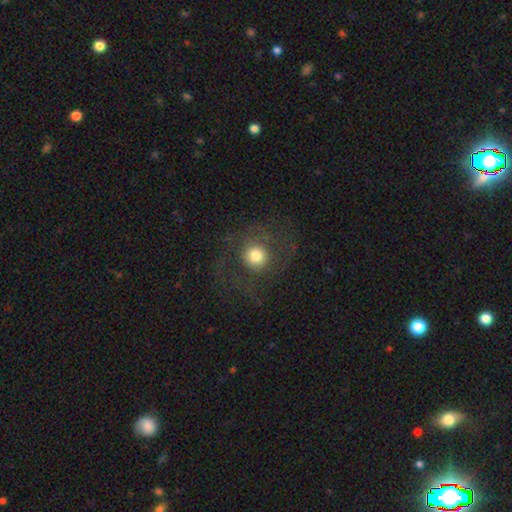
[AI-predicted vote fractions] smooth-or-featured: smooth: 59% | featured or disk: 28% | star or artifact: 12%
  how-rounded: round: 91% | in between: 8% | cigar-shaped: 1%
  merging: none: 62% | major disturbance: 23% | minor disturbance: 13% | merger: 2%